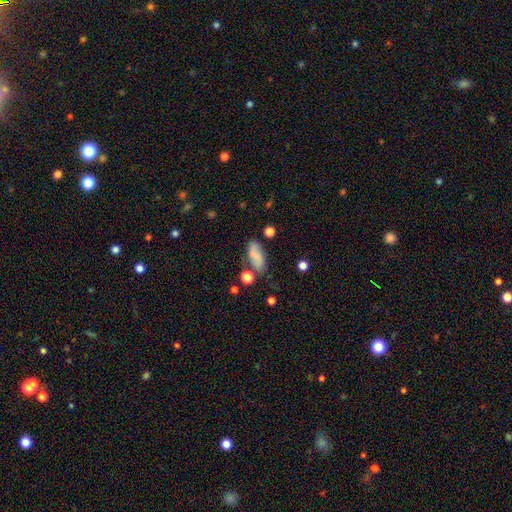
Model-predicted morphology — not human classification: Q: Smooth or featured?
A: smooth (67%); runner-up: featured or disk (23%)
Q: How rounded?
A: in between (81%); runner-up: cigar-shaped (14%)
Q: Merging?
A: none (61%); runner-up: minor disturbance (22%)